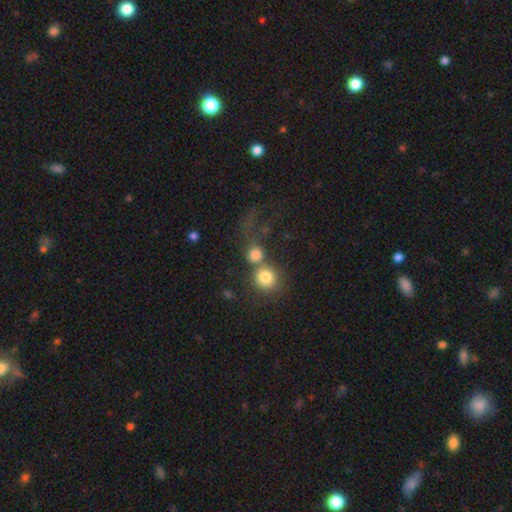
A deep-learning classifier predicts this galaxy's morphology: This is likely a smooth galaxy (75%). How rounded: clearly round (87%). Merging: possibly merger (47%).